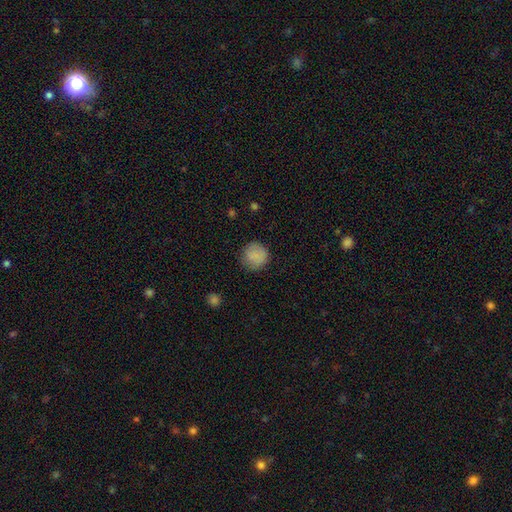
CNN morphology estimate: Smooth or featured?
  - smooth: 85% *
  - star or artifact: 8%
  - featured or disk: 7%
How rounded?
  - round: 92% *
  - in between: 8%
  - cigar-shaped: 1%
Merging?
  - none: 82% *
  - minor disturbance: 13%
  - major disturbance: 4%
  - merger: 1%